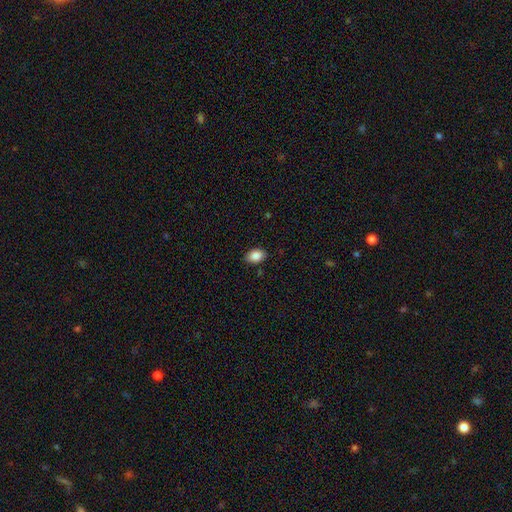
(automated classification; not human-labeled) A smooth galaxy with no disk features (87%) that is in between round and cigar-shaped (84%). Merging: none (85%).